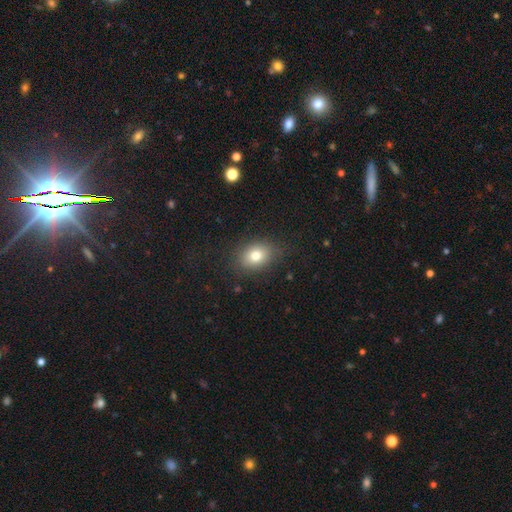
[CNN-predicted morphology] A smooth galaxy with no disk features (79%) that is in between round and cigar-shaped (69%). Merging: none (82%).